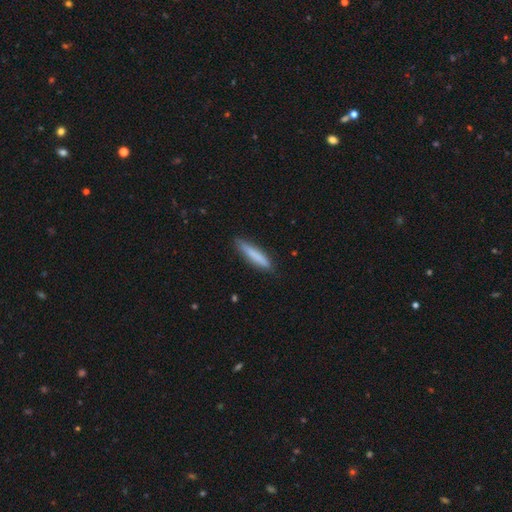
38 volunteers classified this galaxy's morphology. A smooth galaxy with no disk features (76%) that is cigar-shaped (90%). Merging: none (88%).